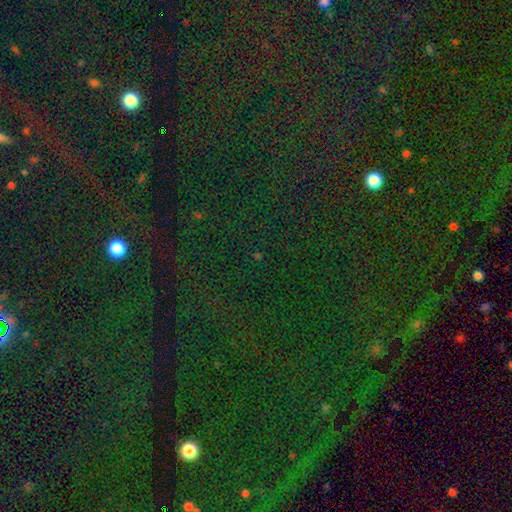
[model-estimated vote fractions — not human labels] This is likely a star or artifact rather than a galaxy (80%).